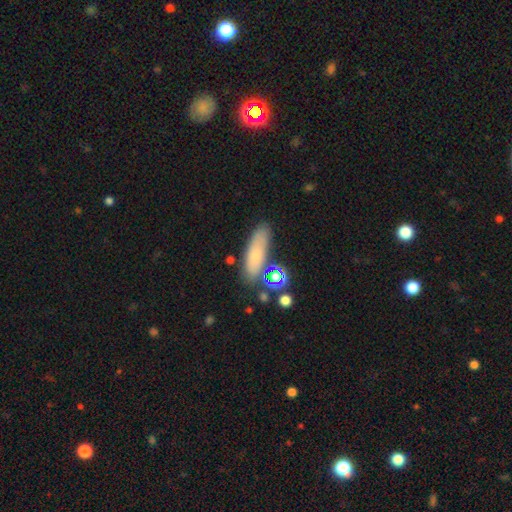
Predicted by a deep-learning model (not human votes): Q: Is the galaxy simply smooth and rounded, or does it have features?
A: smooth — 72%.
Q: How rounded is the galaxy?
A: in between — 50%.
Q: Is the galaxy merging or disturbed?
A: none — 73%.